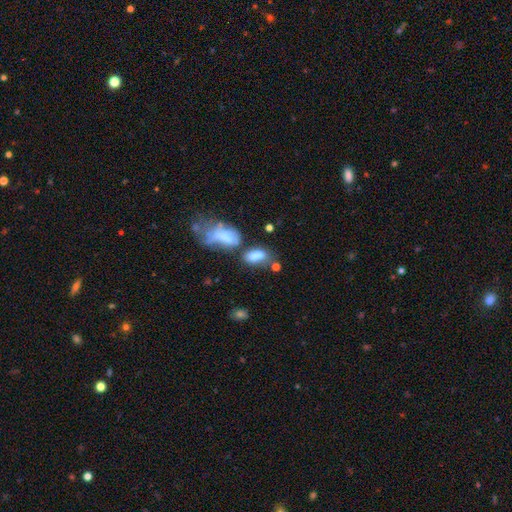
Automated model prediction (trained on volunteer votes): smooth-or-featured: smooth: 73% | featured or disk: 16% | star or artifact: 11%
  how-rounded: in between: 85% | cigar-shaped: 9% | round: 6%
  merging: merger: 42% | none: 28% | minor disturbance: 16% | major disturbance: 14%